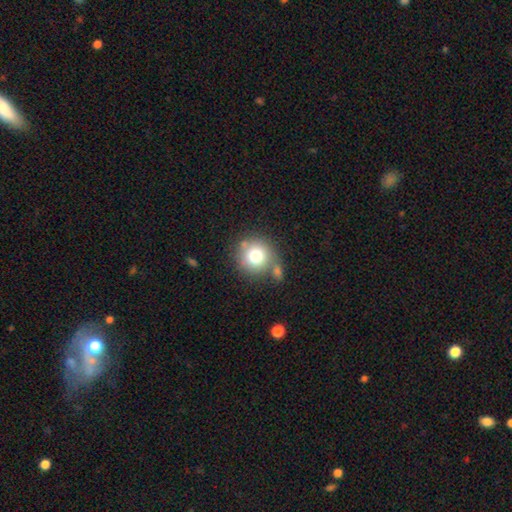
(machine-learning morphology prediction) Smooth or featured? smooth (75%)
How rounded? round (92%)
Merging? none (65%)